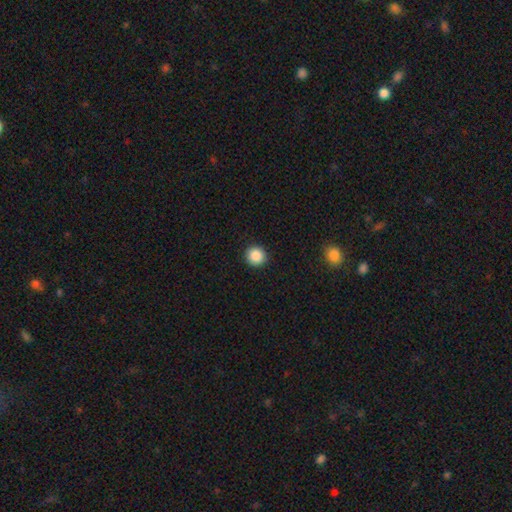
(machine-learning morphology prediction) Smooth or featured?
  - smooth: 88% *
  - star or artifact: 9%
  - featured or disk: 3%
How rounded?
  - round: 94% *
  - in between: 5%
  - cigar-shaped: 1%
Merging?
  - none: 93% *
  - minor disturbance: 5%
  - major disturbance: 2%
  - merger: 1%